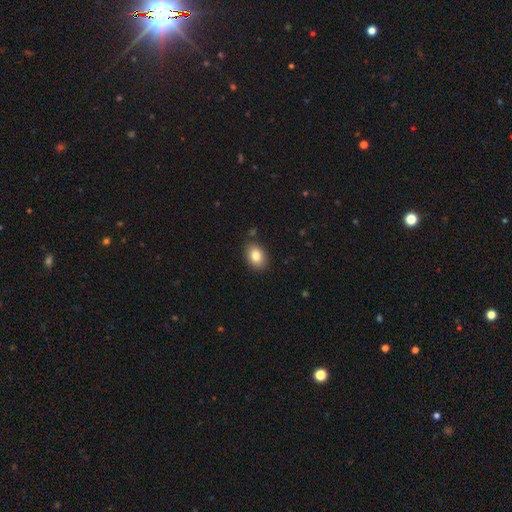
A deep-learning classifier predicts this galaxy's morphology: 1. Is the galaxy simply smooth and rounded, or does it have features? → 84% smooth, 9% star or artifact, 8% featured or disk.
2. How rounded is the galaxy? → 77% in between, 22% round, 1% cigar-shaped.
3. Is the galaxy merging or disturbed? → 83% none, 12% minor disturbance, 3% major disturbance, 2% merger.